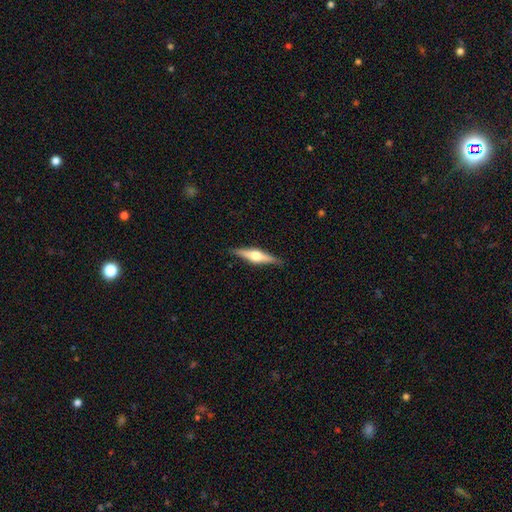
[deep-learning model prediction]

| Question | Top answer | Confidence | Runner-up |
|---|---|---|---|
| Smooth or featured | featured or disk | 71% | smooth (23%) |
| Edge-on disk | yes | 97% | no (3%) |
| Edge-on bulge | rounded | 95% | boxy (4%) |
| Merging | none | 90% | minor disturbance (7%) |